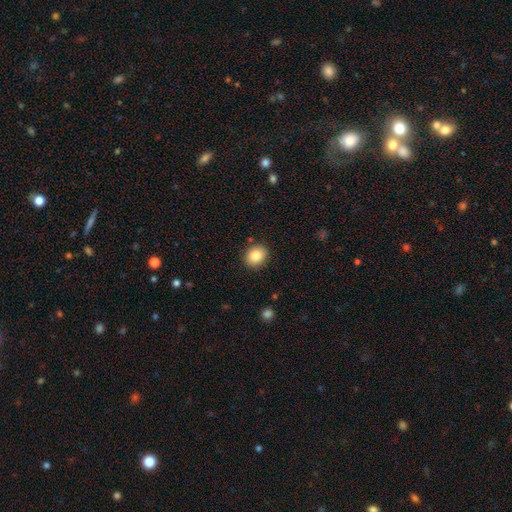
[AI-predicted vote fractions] A smooth galaxy with no disk features (84%) that is round (65%). Merging: none (89%).